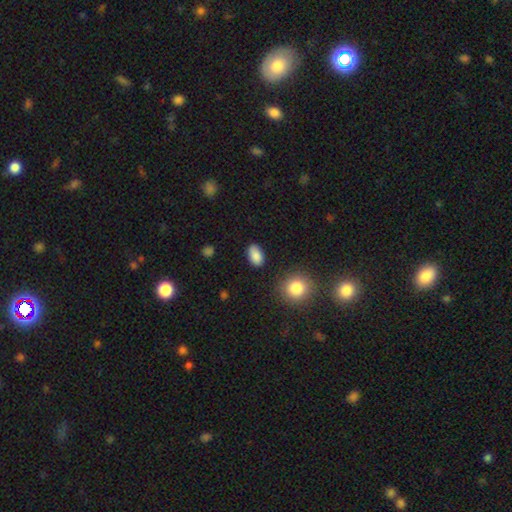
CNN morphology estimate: smooth 86%, star or artifact 8%, featured or disk 5%. Down the decision tree: how rounded — in between (91%); merging — none (82%).